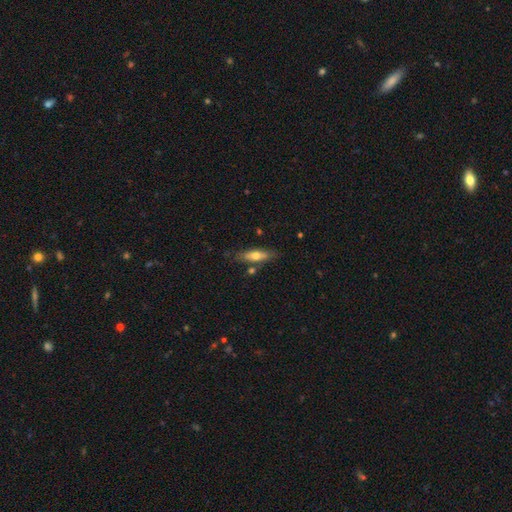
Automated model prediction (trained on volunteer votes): Smooth or featured: smooth — 57% (featured or disk — 37%)
How rounded: cigar-shaped — 55% (in between — 43%)
Merging: none — 76% (minor disturbance — 15%)